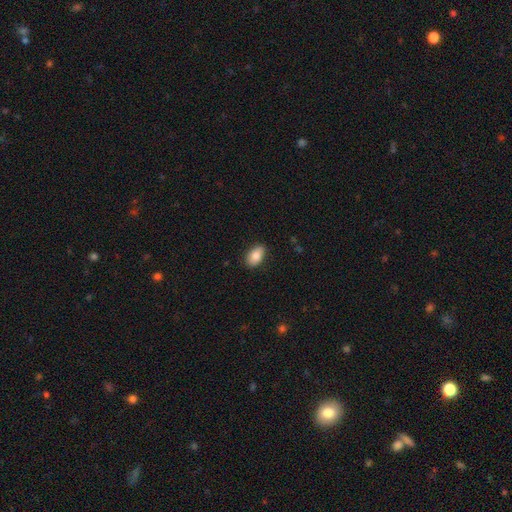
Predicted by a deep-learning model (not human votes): Smooth or featured? Predicted: smooth (p=0.83). How rounded? Predicted: in between (p=0.91). Merging? Predicted: none (p=0.86).